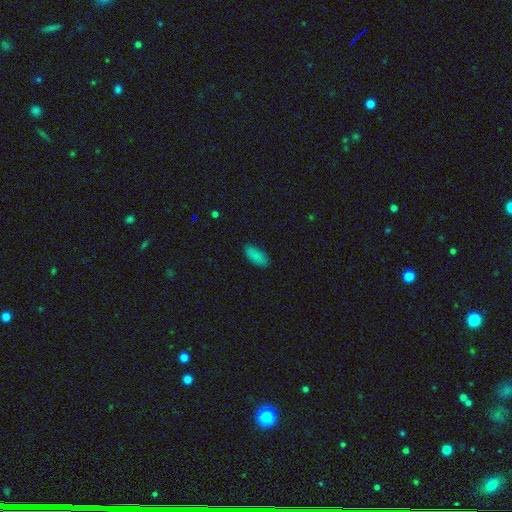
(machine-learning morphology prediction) Q: Smooth or featured?
A: smooth (86%); runner-up: star or artifact (9%)
Q: How rounded?
A: in between (88%); runner-up: cigar-shaped (10%)
Q: Merging?
A: none (86%); runner-up: minor disturbance (11%)